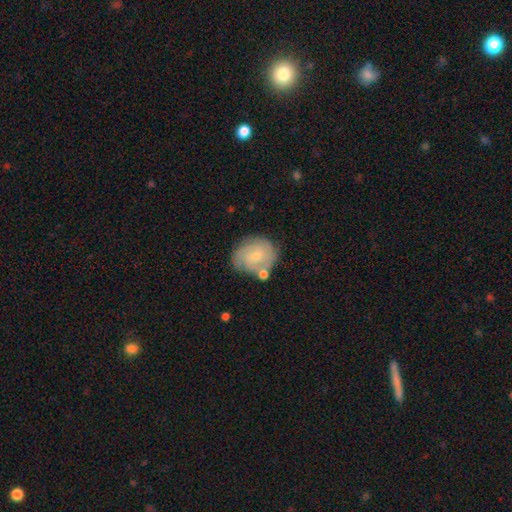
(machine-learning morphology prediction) This is possibly a featured or disk galaxy (50%). It is clearly not viewed edge-on (97%). Merging: likely none (62%).